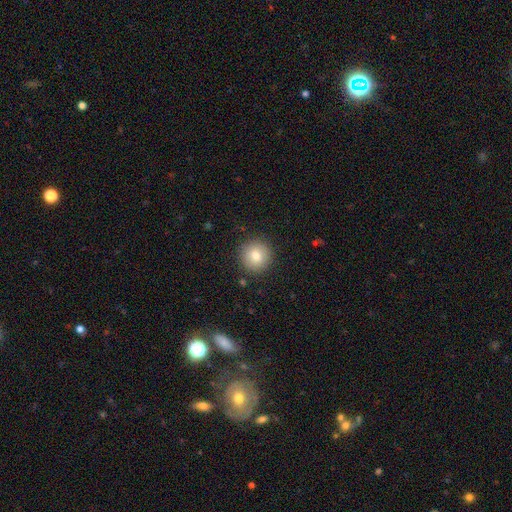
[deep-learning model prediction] This appears to be a smooth galaxy with no disk features (80%) that is round (94%). Merging: none (90%).